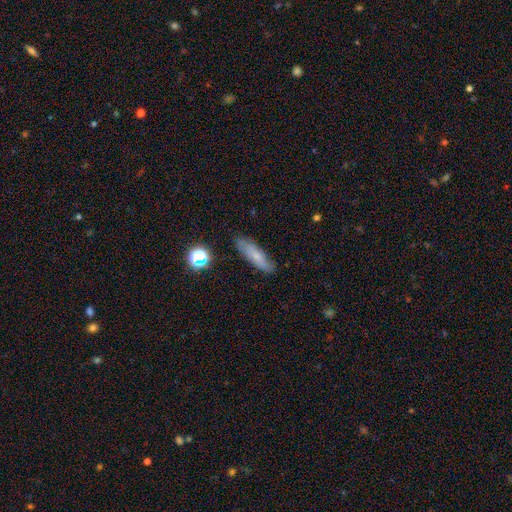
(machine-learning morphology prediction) Smooth or featured?
  - smooth: 62% *
  - featured or disk: 29%
  - star or artifact: 10%
How rounded?
  - cigar-shaped: 62% *
  - in between: 35%
  - round: 3%
Merging?
  - none: 79% *
  - minor disturbance: 15%
  - major disturbance: 3%
  - merger: 2%